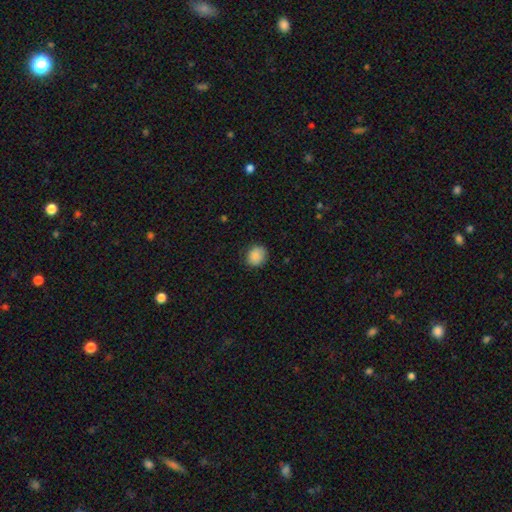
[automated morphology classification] Smooth or featured? smooth (87%)
How rounded? round (74%)
Merging? none (81%)